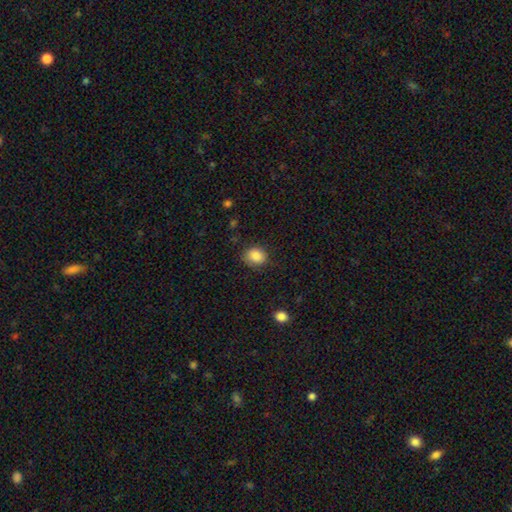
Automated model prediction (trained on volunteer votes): Smooth or featured? smooth (87%)
How rounded? round (58%)
Merging? none (80%)